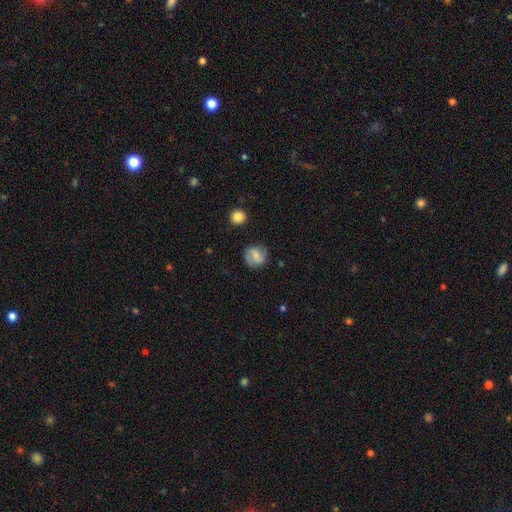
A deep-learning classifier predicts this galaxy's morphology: Smooth or featured?
  - smooth: 68% *
  - featured or disk: 24%
  - star or artifact: 8%
How rounded?
  - round: 85% *
  - in between: 14%
  - cigar-shaped: 1%
Merging?
  - none: 80% *
  - minor disturbance: 13%
  - major disturbance: 4%
  - merger: 2%